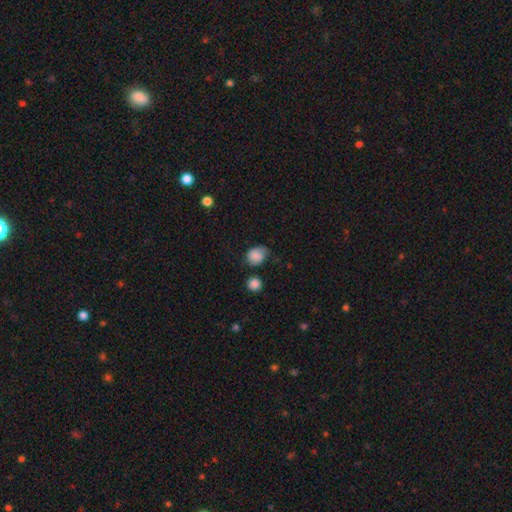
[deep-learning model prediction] Overall: smooth (79%). How rounded: round (50%; in between 49%). Merging: none (51%; minor disturbance 34%).